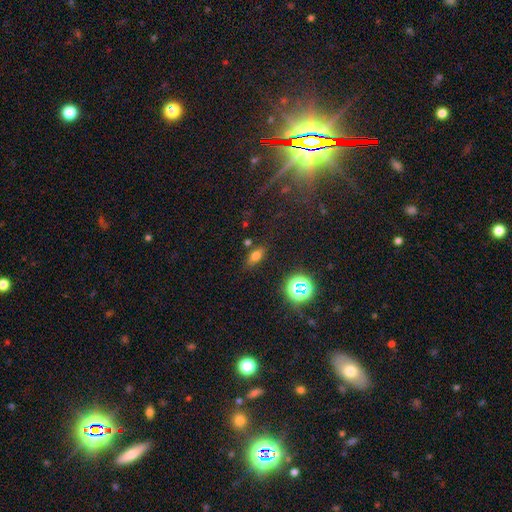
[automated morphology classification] Smooth or featured? smooth (65%)
How rounded? in between (76%)
Merging? none (79%)